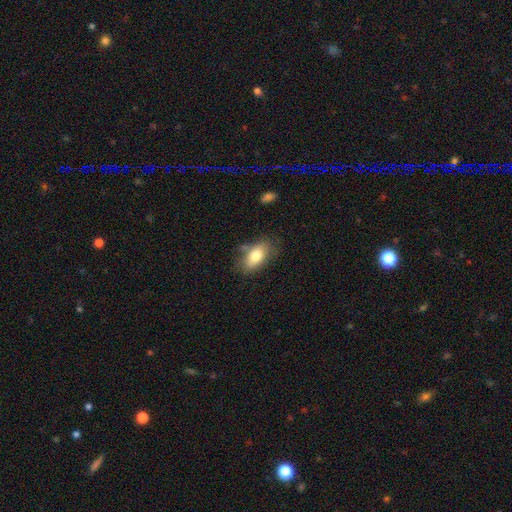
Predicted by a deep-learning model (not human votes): This is likely a smooth galaxy (78%). How rounded: clearly in between (90%). Merging: likely none (70%).